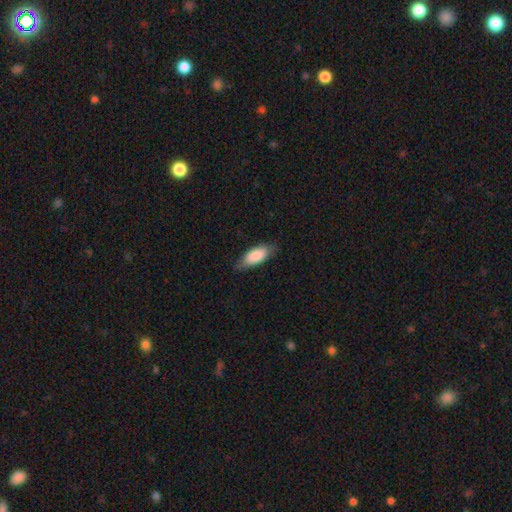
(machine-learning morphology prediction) A smooth galaxy with no disk features (84%) that is in between round and cigar-shaped (81%). Merging: none (75%).